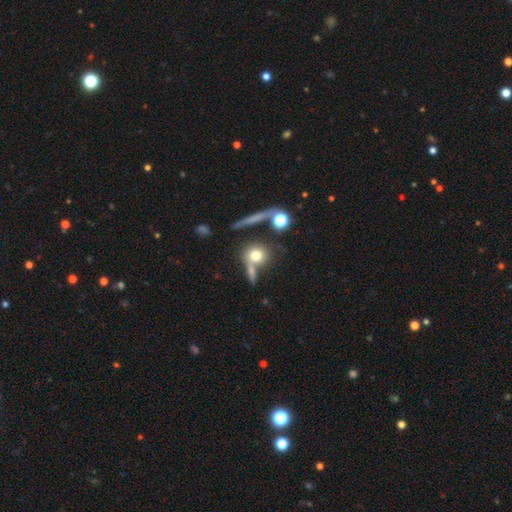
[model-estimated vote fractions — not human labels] A smooth galaxy with no disk features (71%) that is round (81%).

Vote fractions:
- Smooth or featured? smooth: 71% / featured or disk: 17% / star or artifact: 12%
- How rounded? round: 81% / in between: 14% / cigar-shaped: 5%
- Merging? none: 58% / merger: 24% / minor disturbance: 12% / major disturbance: 7%